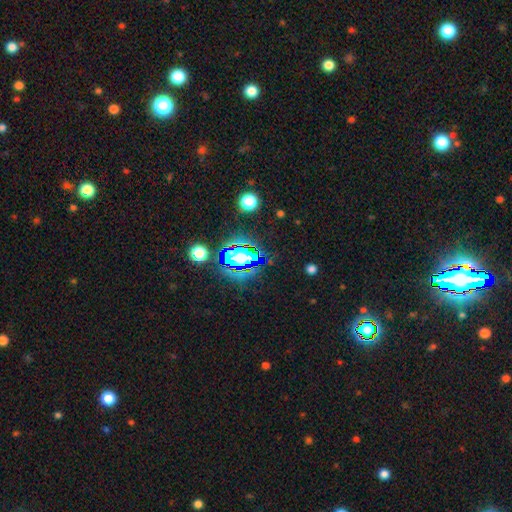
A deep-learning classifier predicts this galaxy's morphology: Smooth or featured? star or artifact (81%)